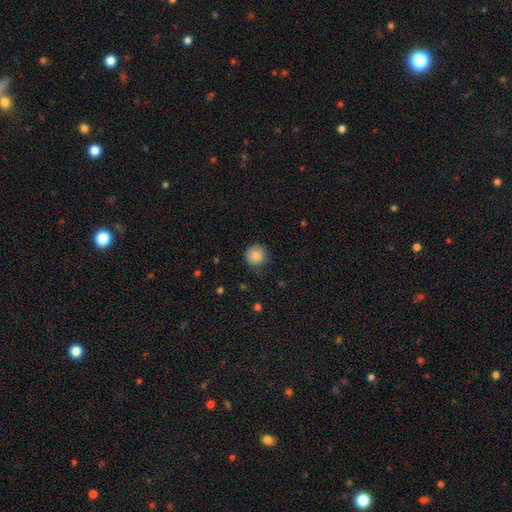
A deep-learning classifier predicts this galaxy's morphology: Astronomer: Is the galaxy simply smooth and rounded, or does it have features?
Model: smooth — 85%.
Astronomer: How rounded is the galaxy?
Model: round — 94%.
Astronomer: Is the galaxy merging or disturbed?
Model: none — 85%.